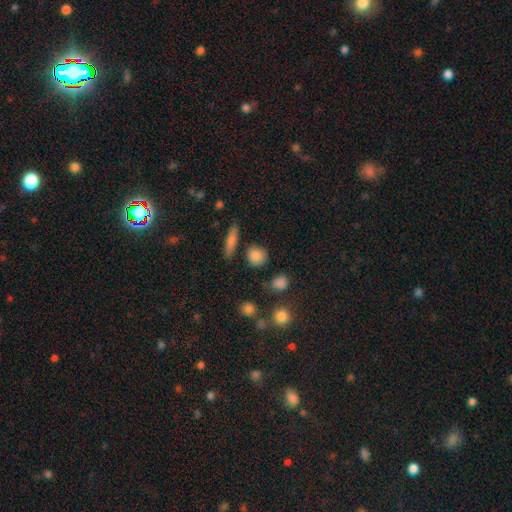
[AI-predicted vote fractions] A smooth galaxy with no disk features (83%) that is round (86%).

Vote fractions:
- Smooth or featured? smooth: 83% / star or artifact: 10% / featured or disk: 7%
- How rounded? round: 86% / in between: 12% / cigar-shaped: 2%
- Merging? none: 83% / minor disturbance: 10% / merger: 4% / major disturbance: 3%